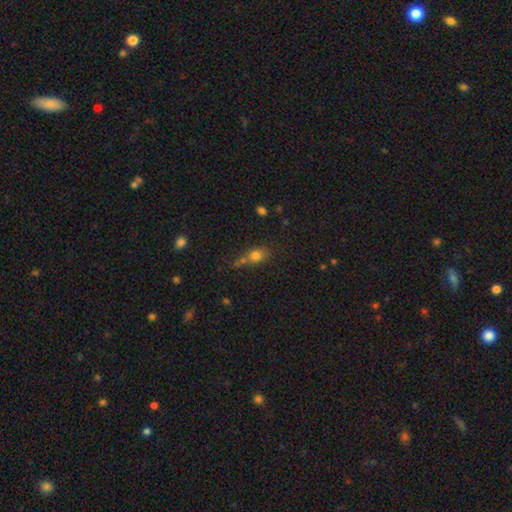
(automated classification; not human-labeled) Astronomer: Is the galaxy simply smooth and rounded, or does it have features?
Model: smooth — 74%.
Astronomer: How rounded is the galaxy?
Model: in between — 54% (runner-up: round, 41%).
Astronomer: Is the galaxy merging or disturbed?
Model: none — 47% (runner-up: merger, 30%).